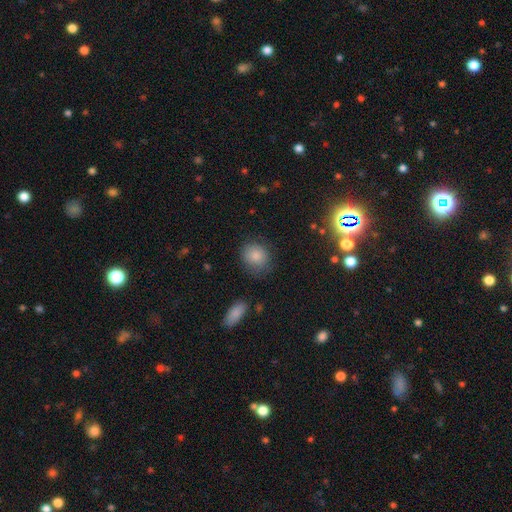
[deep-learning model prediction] Smooth or featured: smooth — 84% (star or artifact — 9%)
How rounded: round — 70% (in between — 29%)
Merging: none — 74% (minor disturbance — 19%)